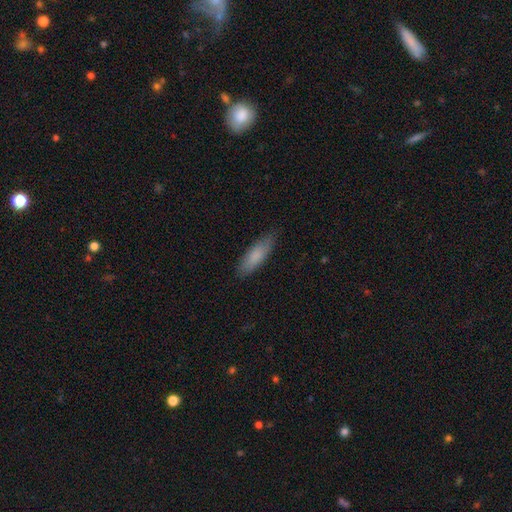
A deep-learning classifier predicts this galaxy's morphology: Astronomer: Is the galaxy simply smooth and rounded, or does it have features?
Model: smooth — 82%.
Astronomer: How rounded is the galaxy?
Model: cigar-shaped — 52% (runner-up: in between, 47%).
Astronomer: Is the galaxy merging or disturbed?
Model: none — 82%.